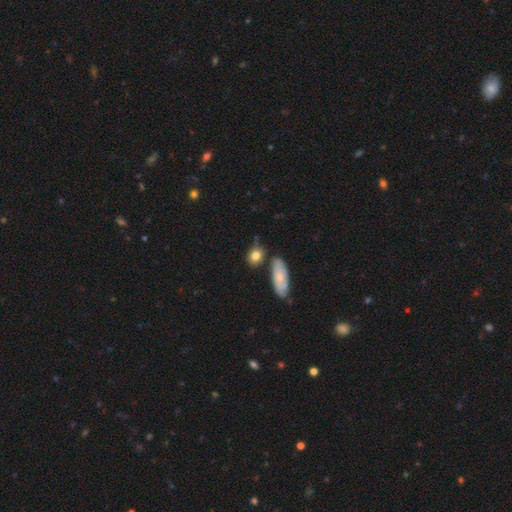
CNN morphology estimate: type=smooth (79%); roundness=round (49%); merging=none (64%).